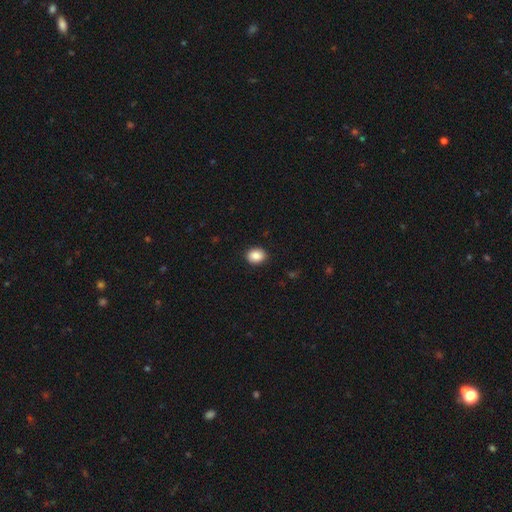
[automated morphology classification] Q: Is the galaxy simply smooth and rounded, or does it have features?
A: smooth — 87%.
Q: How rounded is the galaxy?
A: round — 53%.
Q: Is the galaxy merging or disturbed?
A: none — 91%.